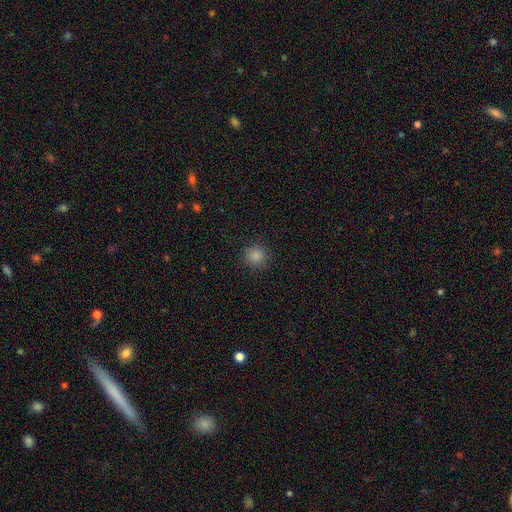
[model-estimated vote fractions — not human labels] This appears to be a smooth galaxy with no disk features (85%) that is round (94%). Merging: none (91%).